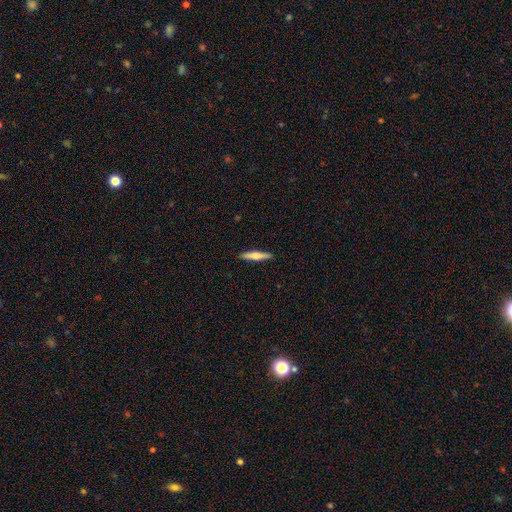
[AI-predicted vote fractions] Overall: smooth (53%; featured or disk 42%). How rounded: cigar-shaped (88%). Merging: none (91%).